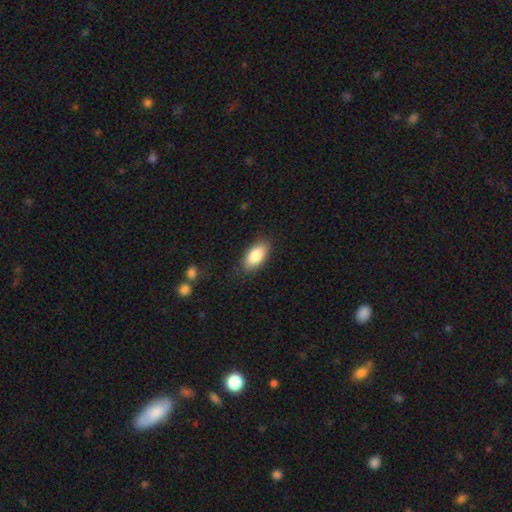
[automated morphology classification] Smooth or featured? Predicted: smooth (p=0.84). How rounded? Predicted: in between (p=0.92). Merging? Predicted: none (p=0.85).